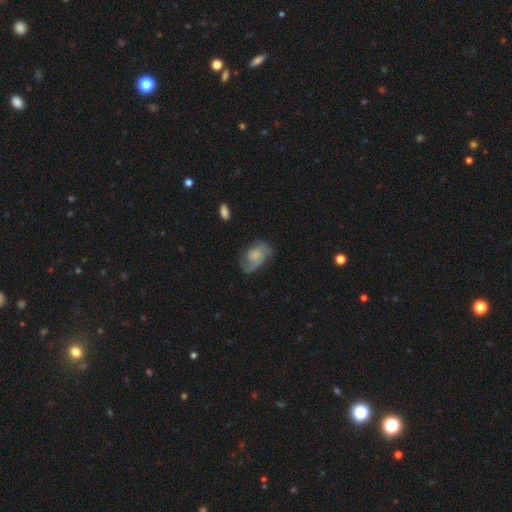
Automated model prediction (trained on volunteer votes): A featured or disk galaxy (64%) with no bar (72%), 2 (63%) medium (45%) spiral arms (90%) and a small central bulge (51%).

Vote fractions:
- Smooth or featured? featured or disk: 64% / smooth: 29% / star or artifact: 7%
- Edge-on disk? no: 97% / yes: 3%
- Bar? no: 72% / weak: 25% / strong: 3%
- Spiral arms? yes: 90% / no: 10%
- Spiral winding? medium: 45% / loose: 31% / tight: 24%
- Spiral arm count? 2: 63% / can't tell: 15% / 1: 10% / 3: 8% / 4: 2% / more than 4: 2%
- Bulge size? small: 51% / moderate: 25% / none: 17% / large: 5% / dominant: 2%
- Merging? none: 57% / minor disturbance: 25% / major disturbance: 15% / merger: 2%